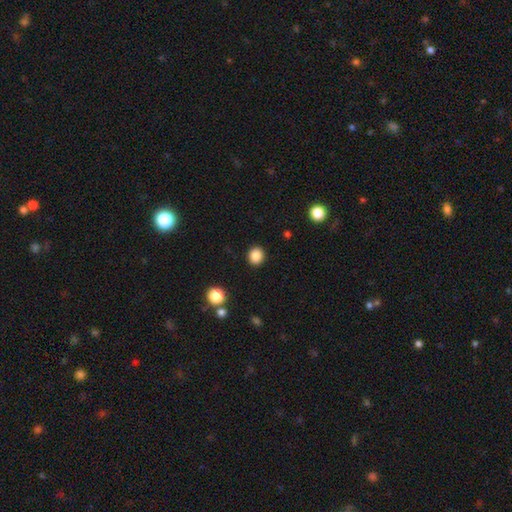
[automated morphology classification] Smooth or featured: smooth — 86% (star or artifact — 10%)
How rounded: round — 82% (in between — 17%)
Merging: none — 91% (minor disturbance — 6%)